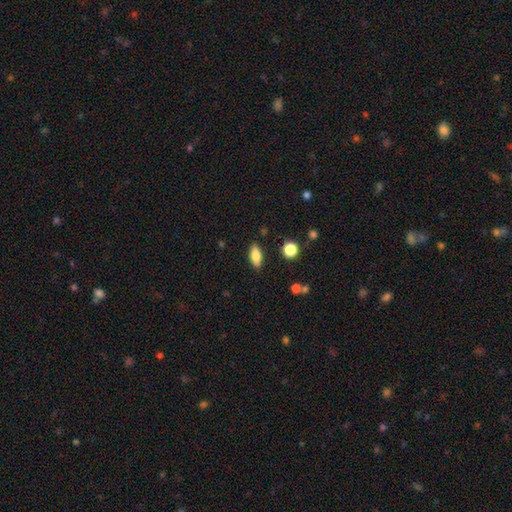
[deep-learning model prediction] smooth-or-featured: smooth: 77% | featured or disk: 15% | star or artifact: 8%
  how-rounded: in between: 75% | cigar-shaped: 21% | round: 4%
  merging: none: 87% | minor disturbance: 9% | major disturbance: 2% | merger: 2%